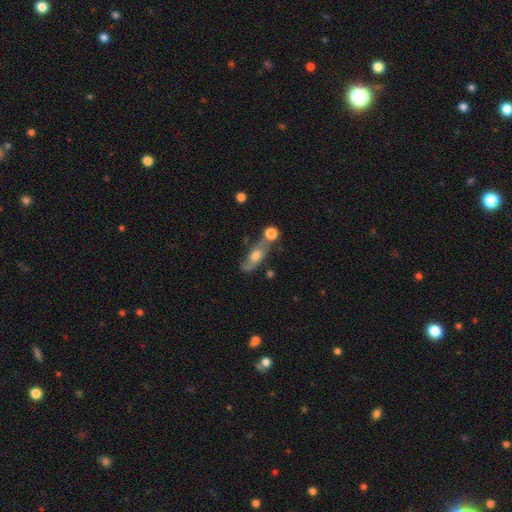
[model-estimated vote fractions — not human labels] smooth-or-featured: featured or disk: 52% | smooth: 39% | star or artifact: 10%
  disk-edge-on: no: 73% | yes: 27%
  merging: none: 48% | merger: 25% | minor disturbance: 18% | major disturbance: 9%